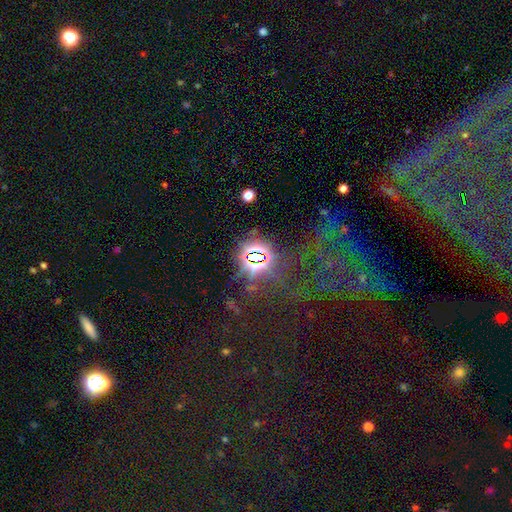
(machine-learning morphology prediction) smooth_or_featured: star or artifact (p=0.76) [alt: smooth p=0.13]